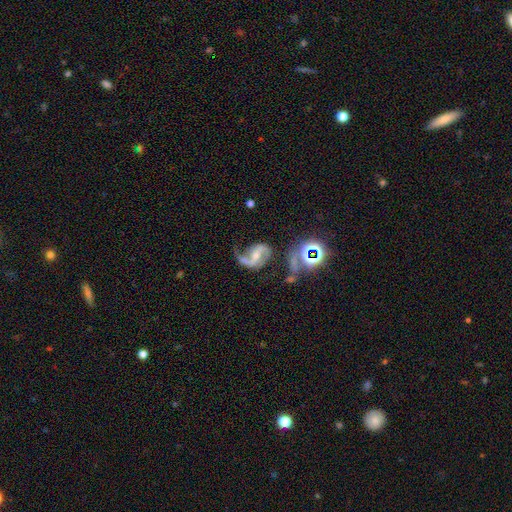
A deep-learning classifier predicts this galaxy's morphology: Smooth or featured? Predicted: featured or disk (p=0.86). Edge-on disk? Predicted: no (p=0.97). Bar? Predicted: strong (p=0.40). Spiral arms? Predicted: yes (p=0.95). Spiral winding? Predicted: loose (p=0.54). Spiral arm count? Predicted: 2 (p=0.83). Bulge size? Predicted: moderate (p=0.49). Merging? Predicted: none (p=0.52).